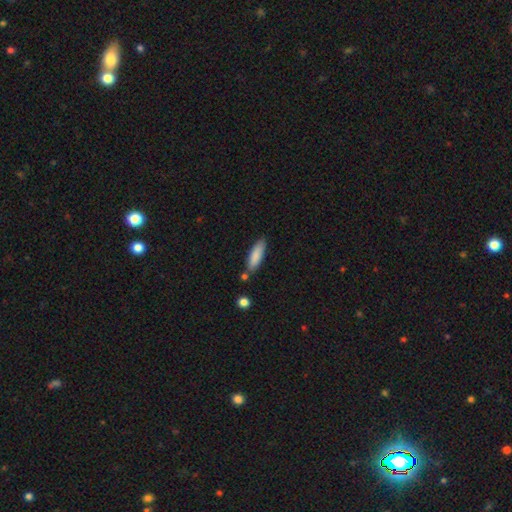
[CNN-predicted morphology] A smooth galaxy with no disk features (86%) that is in between round and cigar-shaped (50%).

Vote fractions:
- Smooth or featured? smooth: 86% / featured or disk: 8% / star or artifact: 6%
- How rounded? in between: 50% / cigar-shaped: 48% / round: 2%
- Merging? none: 76% / minor disturbance: 15% / merger: 7% / major disturbance: 3%